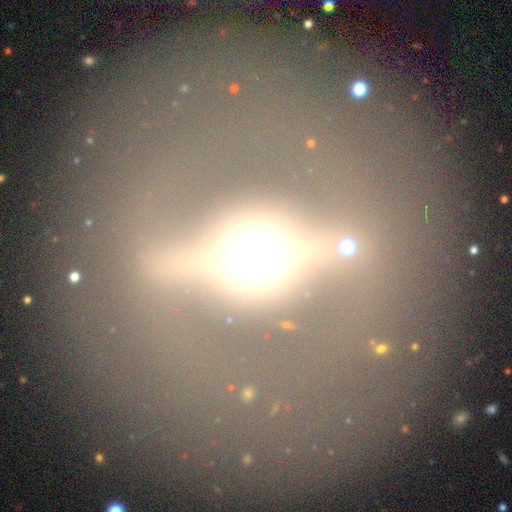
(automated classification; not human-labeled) Q: Smooth or featured?
A: featured or disk (59%); runner-up: star or artifact (21%)
Q: Edge-on disk?
A: no (67%); runner-up: yes (33%)
Q: Merging?
A: none (76%); runner-up: minor disturbance (11%)